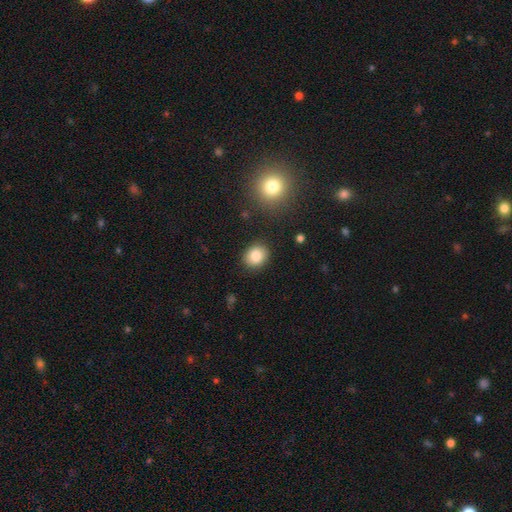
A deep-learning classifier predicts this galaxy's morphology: smooth 85%, star or artifact 9%, featured or disk 6%. Down the decision tree: how rounded — round (59%); merging — none (87%).